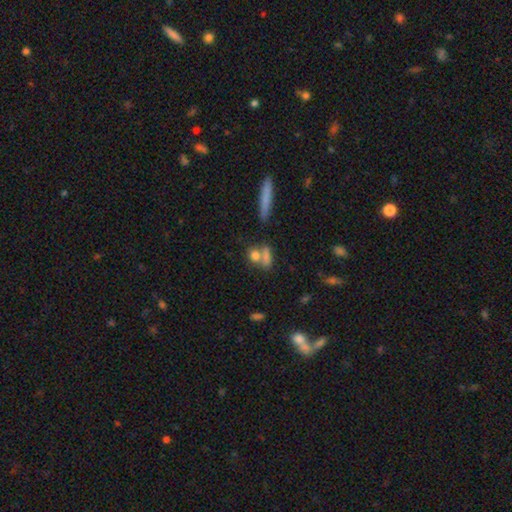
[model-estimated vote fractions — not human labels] A smooth galaxy with no disk features (75%) that is round (45%). Merging: none (45%).